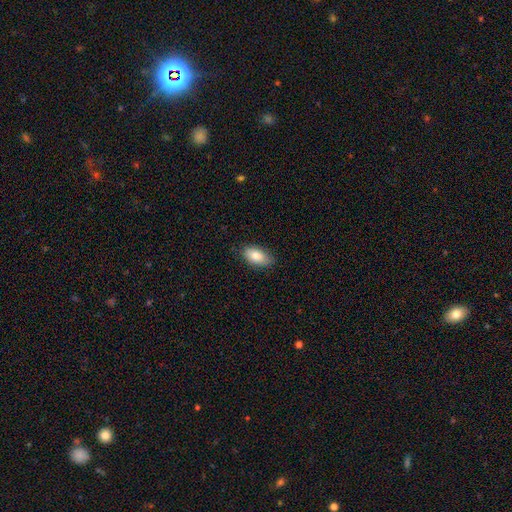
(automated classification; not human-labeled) The model was most divided on "smooth or featured": smooth: 82%, featured or disk: 11%, star or artifact: 7%. More confident: how rounded — in between (92%); merging — none (84%).